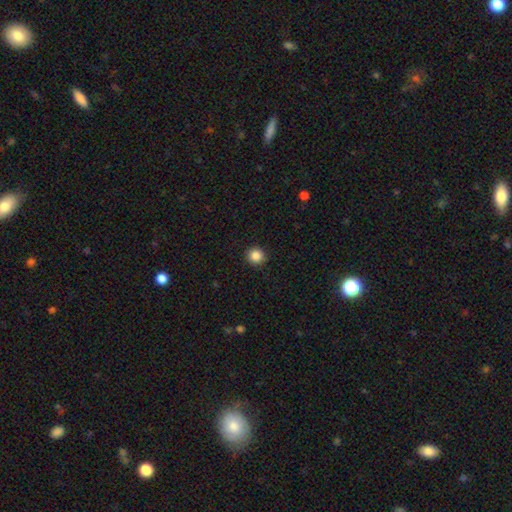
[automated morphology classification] Smooth or featured? smooth (87%)
How rounded? round (93%)
Merging? none (92%)